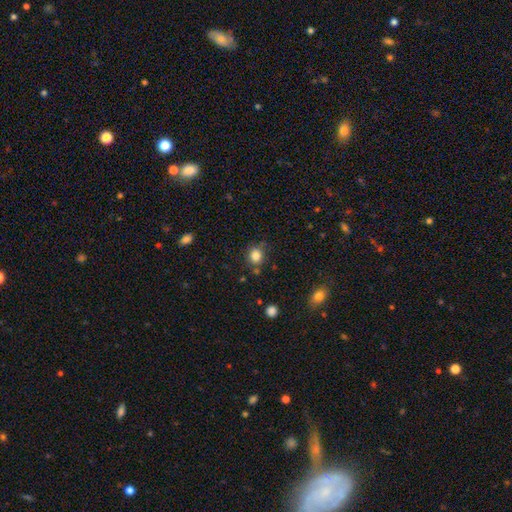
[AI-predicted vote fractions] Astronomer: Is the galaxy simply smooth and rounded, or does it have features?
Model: smooth — 83%.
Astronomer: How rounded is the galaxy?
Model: round — 75%.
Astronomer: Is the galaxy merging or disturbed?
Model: none — 77%.